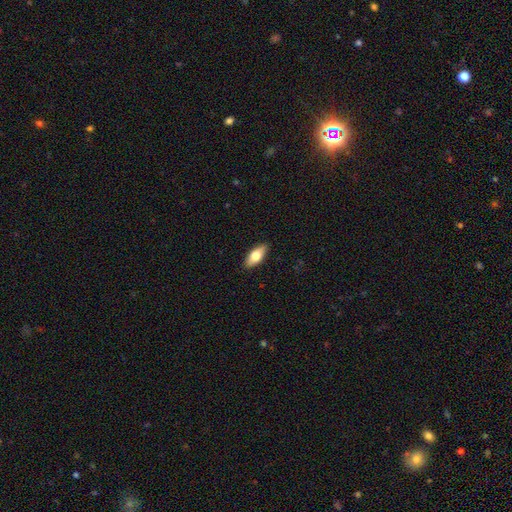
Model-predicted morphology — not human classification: Smooth or featured? Predicted: smooth (p=0.70). How rounded? Predicted: in between (p=0.81). Merging? Predicted: none (p=0.89).